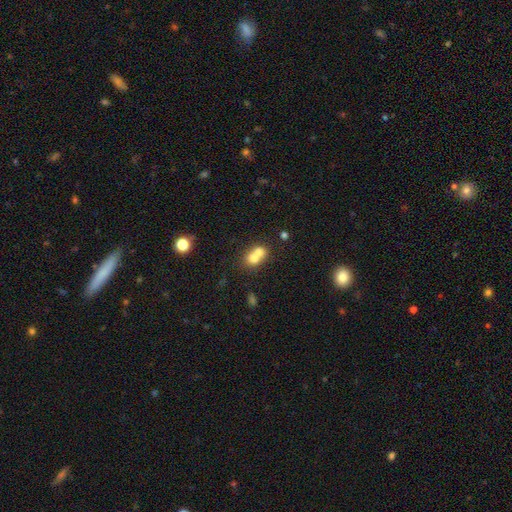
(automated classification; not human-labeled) A smooth galaxy with no disk features (68%) that is round (58%).

Vote fractions:
- Smooth or featured? smooth: 68% / featured or disk: 21% / star or artifact: 11%
- How rounded? round: 58% / in between: 41% / cigar-shaped: 1%
- Merging? merger: 68% / none: 22% / minor disturbance: 6% / major disturbance: 3%